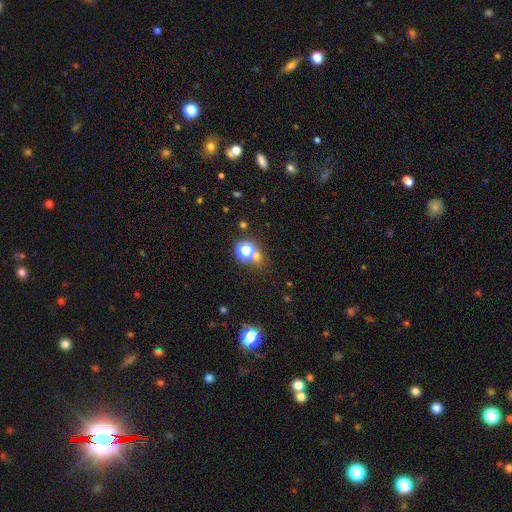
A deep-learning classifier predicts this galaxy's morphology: A smooth galaxy with no disk features (51%) that is round (83%).

Vote fractions:
- Smooth or featured? smooth: 51% / star or artifact: 41% / featured or disk: 8%
- How rounded? round: 83% / in between: 16% / cigar-shaped: 1%
- Merging? none: 63% / merger: 23% / minor disturbance: 8% / major disturbance: 5%